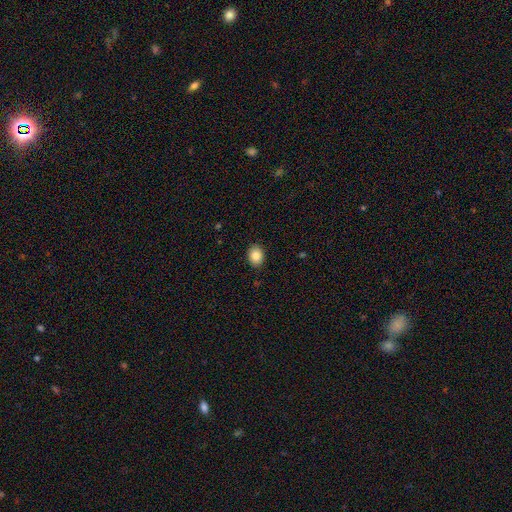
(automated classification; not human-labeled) This is clearly a smooth galaxy (85%). How rounded: likely in between (62%). Merging: clearly none (90%).